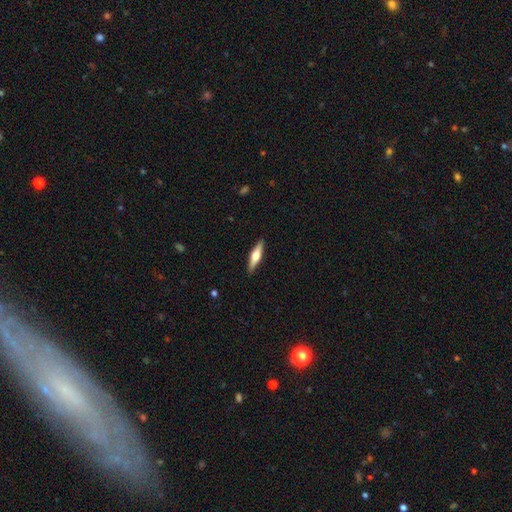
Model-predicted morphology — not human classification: smooth_or_featured: featured or disk (p=0.50) [alt: smooth p=0.45]
merging: none (p=0.90) [alt: minor disturbance p=0.07]